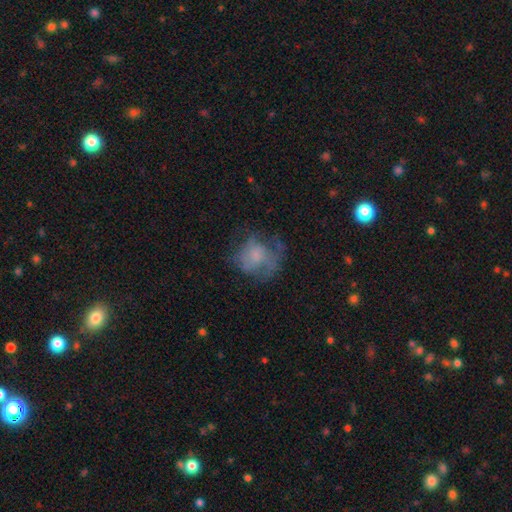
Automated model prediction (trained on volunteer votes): Overall: smooth (45%; featured or disk 43%). Merging: none (48%; major disturbance 27%).